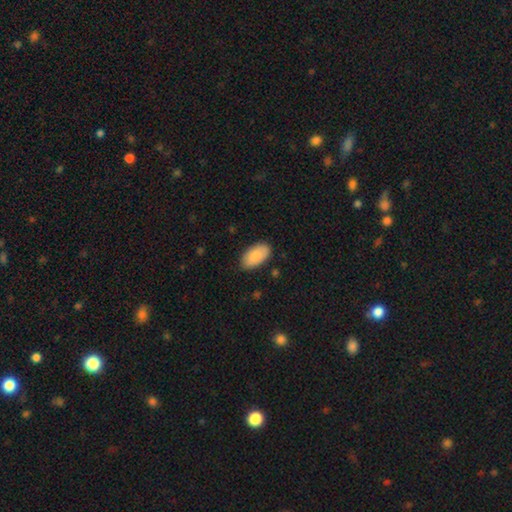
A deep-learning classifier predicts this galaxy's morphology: This is clearly a smooth galaxy (86%). How rounded: clearly in between (96%). Merging: clearly none (83%).